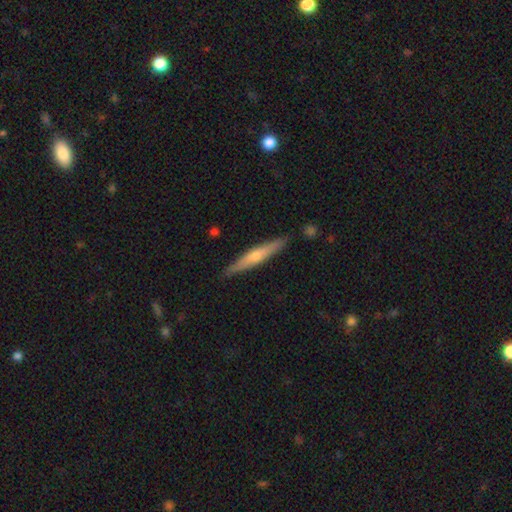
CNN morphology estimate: Smooth or featured? Predicted: featured or disk (p=0.65). Edge-on disk? Predicted: yes (p=0.97). Edge-on bulge? Predicted: rounded (p=0.79). Merging? Predicted: none (p=0.89).